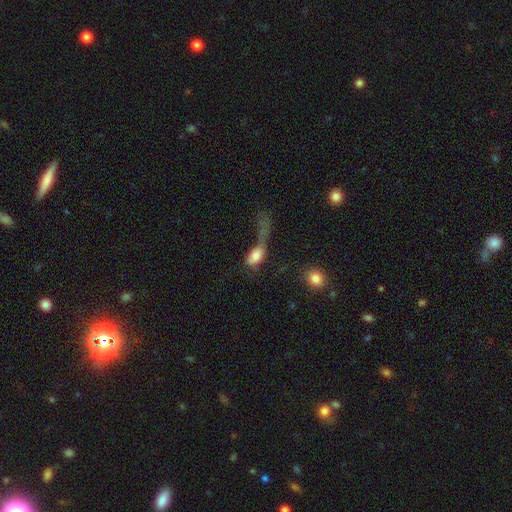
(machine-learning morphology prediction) type=smooth (70%); roundness=in between (83%); merging=major disturbance (59%).